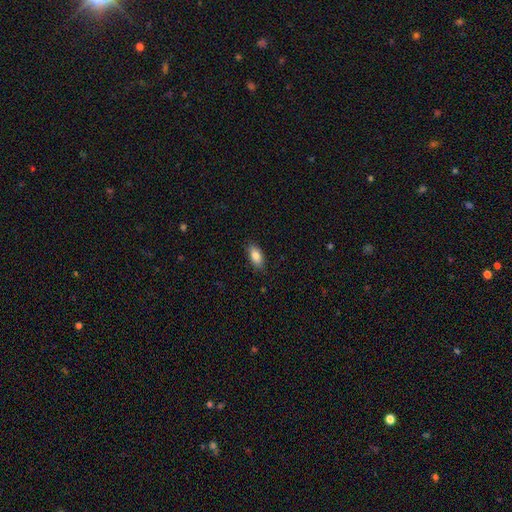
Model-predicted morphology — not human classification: This appears to be a smooth galaxy with no disk features (86%) that is in between round and cigar-shaped (89%). Merging: none (87%).